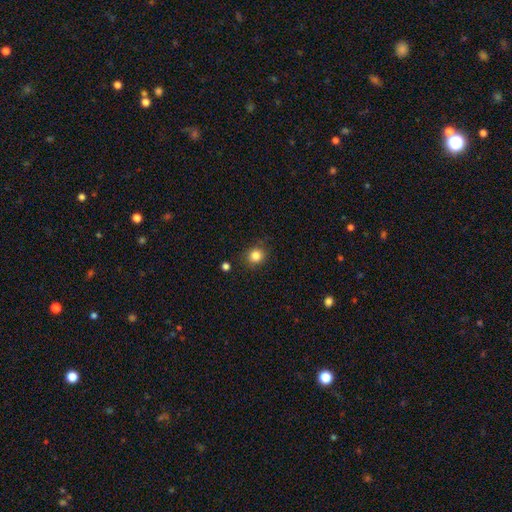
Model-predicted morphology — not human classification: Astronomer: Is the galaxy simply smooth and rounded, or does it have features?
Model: smooth — 84%.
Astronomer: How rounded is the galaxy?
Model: round — 84%.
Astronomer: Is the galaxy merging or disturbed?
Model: none — 83%.